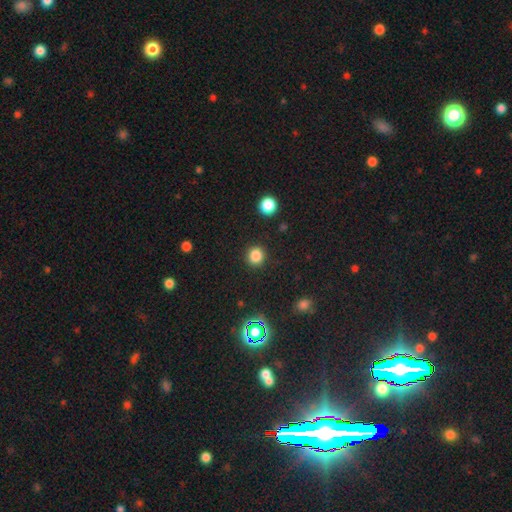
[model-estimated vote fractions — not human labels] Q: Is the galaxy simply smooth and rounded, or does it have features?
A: smooth — 82%.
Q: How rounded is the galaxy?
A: round — 90%.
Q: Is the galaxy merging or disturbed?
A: none — 90%.